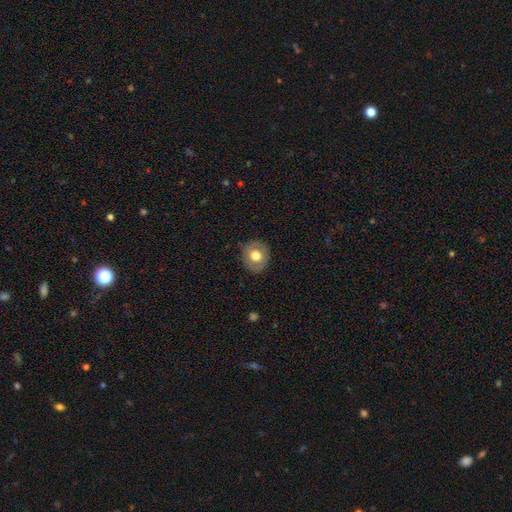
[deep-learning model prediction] A smooth galaxy with no disk features (64%) that is round (79%).

Vote fractions:
- Smooth or featured? smooth: 64% / featured or disk: 28% / star or artifact: 8%
- How rounded? round: 79% / in between: 21% / cigar-shaped: 1%
- Merging? none: 83% / minor disturbance: 12% / major disturbance: 3% / merger: 1%